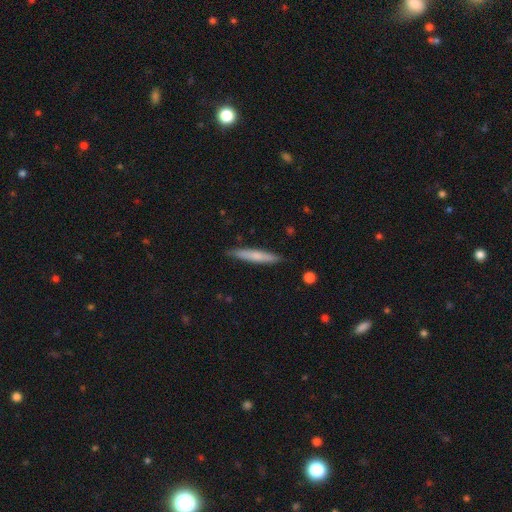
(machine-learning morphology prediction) smooth_or_featured: smooth (p=0.63) [alt: featured or disk p=0.31]
how_rounded: cigar-shaped (p=0.94) [alt: in between p=0.05]
merging: none (p=0.88) [alt: minor disturbance p=0.10]